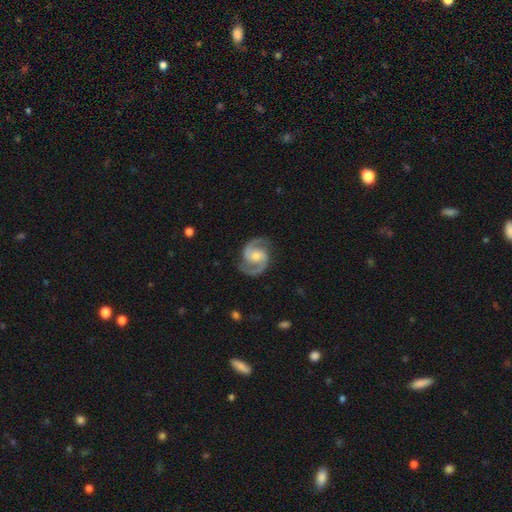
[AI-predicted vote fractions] smooth_or_featured: featured or disk (p=0.92) [alt: smooth p=0.04]
disk_edge_on: no (p=0.98) [alt: yes p=0.02]
bar: no (p=0.49) [alt: weak p=0.38]
has_spiral_arms: yes (p=0.98) [alt: no p=0.02]
spiral_winding: medium (p=0.63) [alt: tight p=0.23]
spiral_arm_count: 2 (p=0.94) [alt: can't tell p=0.01]
bulge_size: moderate (p=0.56) [alt: small p=0.36]
merging: none (p=0.84) [alt: minor disturbance p=0.11]